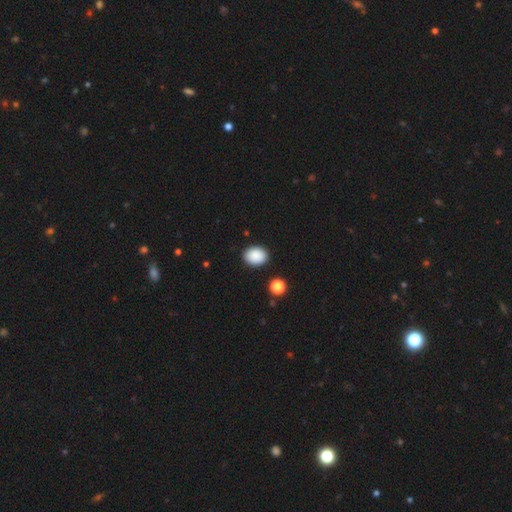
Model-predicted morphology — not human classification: The model was most divided on "how rounded": in between: 64%, round: 35%, cigar-shaped: 1%. More confident: merging — none (89%); smooth or featured — smooth (89%).